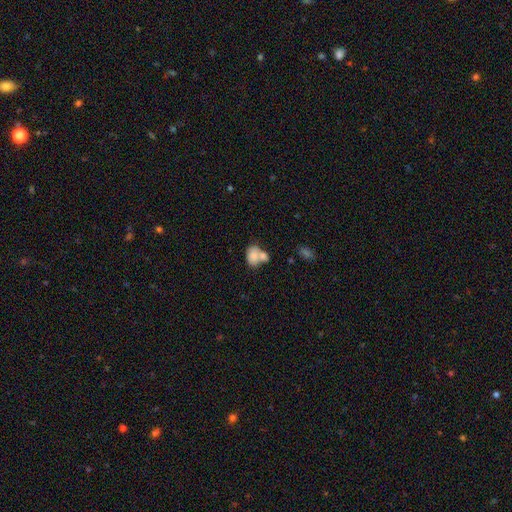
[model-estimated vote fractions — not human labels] The model was most divided on "merging": merger: 59%, none: 25%, minor disturbance: 11%, major disturbance: 6%. More confident: smooth or featured — smooth (78%); how rounded — in between (72%).